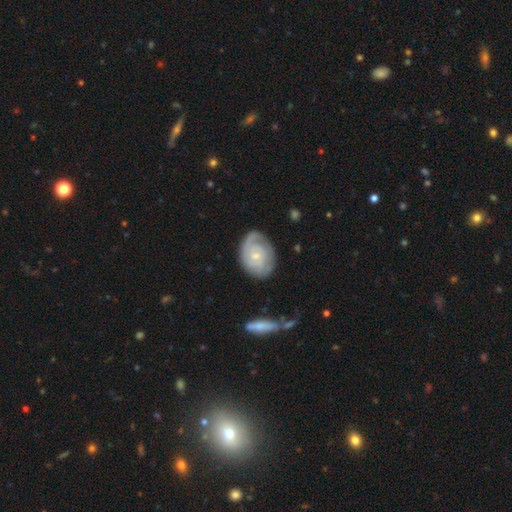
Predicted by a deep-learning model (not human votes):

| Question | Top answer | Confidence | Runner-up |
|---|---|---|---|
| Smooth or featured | featured or disk | 76% | smooth (19%) |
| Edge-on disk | no | 97% | yes (3%) |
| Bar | no | 68% | weak (28%) |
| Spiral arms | yes | 93% | no (7%) |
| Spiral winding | tight | 66% | medium (26%) |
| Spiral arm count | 2 | 42% | can't tell (29%) |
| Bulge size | small | 70% | moderate (25%) |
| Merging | none | 72% | minor disturbance (19%) |